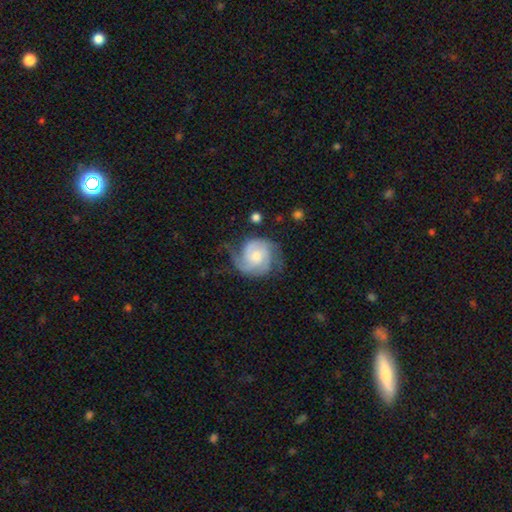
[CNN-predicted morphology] Overall: featured or disk (84%). Edge-on disk: no (98%). Bar: no (67%; weak 28%). Spiral arms: yes (97%). Spiral arm count: 2 (46%; 3 28%). Spiral winding: tight (51%; medium 39%). Bulge size: moderate (49%; small 39%). Merging: none (63%).